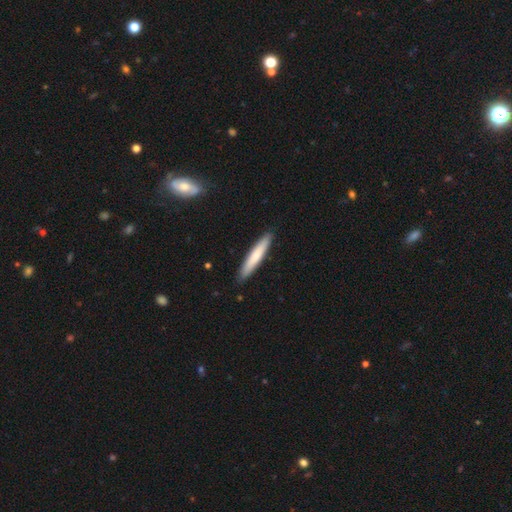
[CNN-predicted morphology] This is likely a smooth galaxy (74%). How rounded: clearly cigar-shaped (93%). Merging: clearly none (90%).